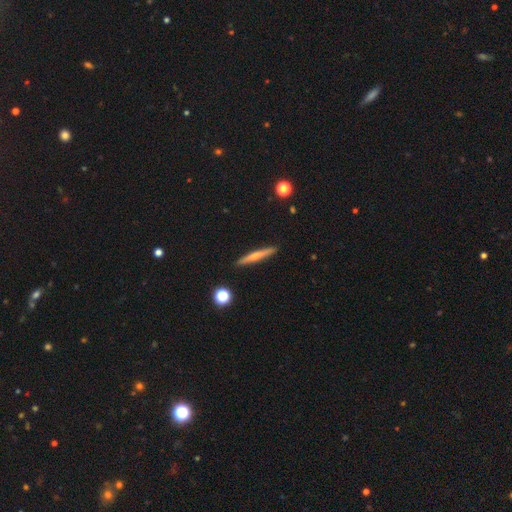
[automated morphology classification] A smooth galaxy with no disk features (54%) that is cigar-shaped (94%). Merging: none (91%).